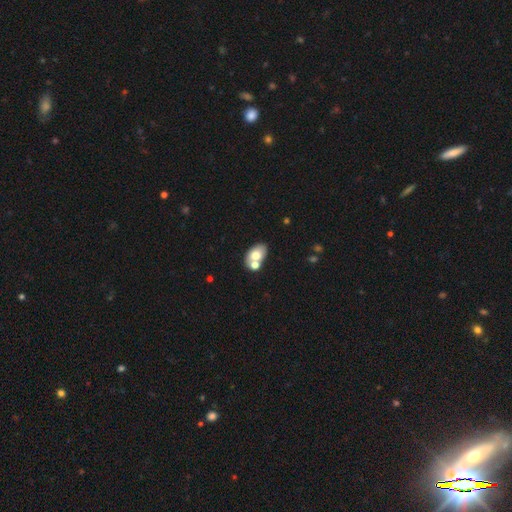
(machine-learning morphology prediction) Smooth or featured?
  - smooth: 69% *
  - featured or disk: 23%
  - star or artifact: 8%
How rounded?
  - in between: 86% *
  - round: 13%
  - cigar-shaped: 1%
Merging?
  - none: 47% *
  - merger: 37%
  - minor disturbance: 12%
  - major disturbance: 4%